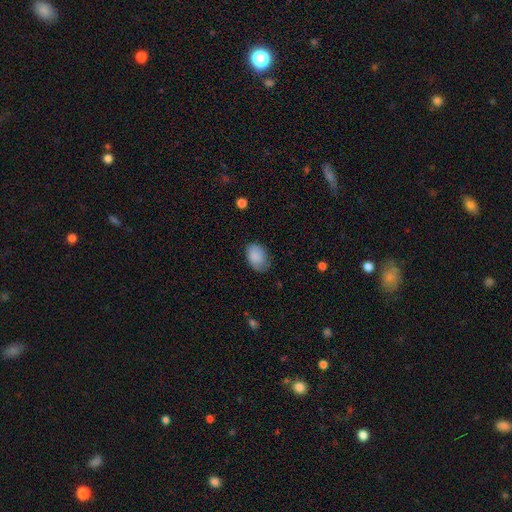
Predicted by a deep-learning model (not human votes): smooth-or-featured: smooth: 86% | featured or disk: 7% | star or artifact: 7%
  how-rounded: in between: 82% | round: 17% | cigar-shaped: 1%
  merging: none: 66% | minor disturbance: 26% | major disturbance: 7% | merger: 1%